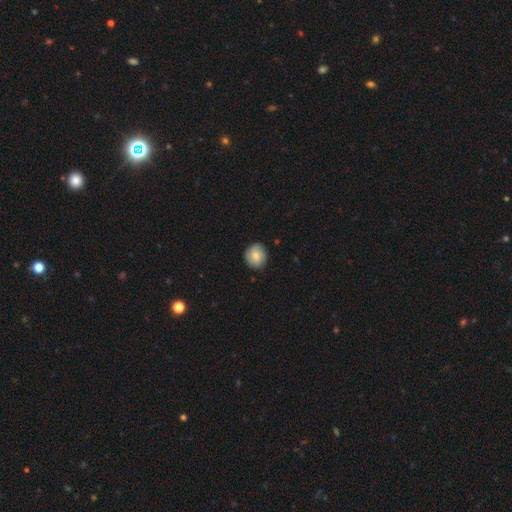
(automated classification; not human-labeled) A smooth galaxy with no disk features (74%) that is round (86%). Merging: none (84%).